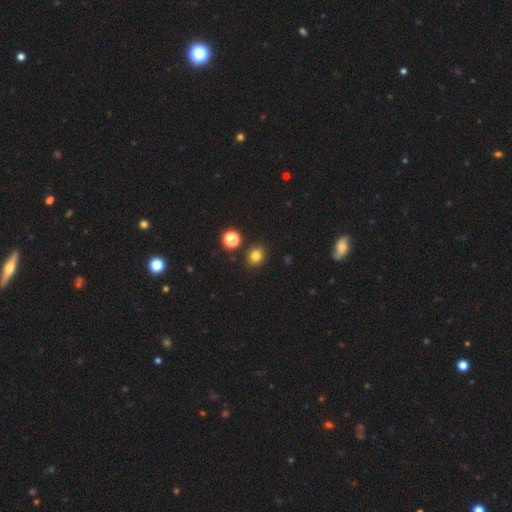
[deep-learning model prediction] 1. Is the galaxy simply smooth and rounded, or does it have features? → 80% smooth, 14% star or artifact, 6% featured or disk.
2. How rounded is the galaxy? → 65% round, 34% in between, 1% cigar-shaped.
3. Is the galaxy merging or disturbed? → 85% none, 8% minor disturbance, 4% merger, 3% major disturbance.